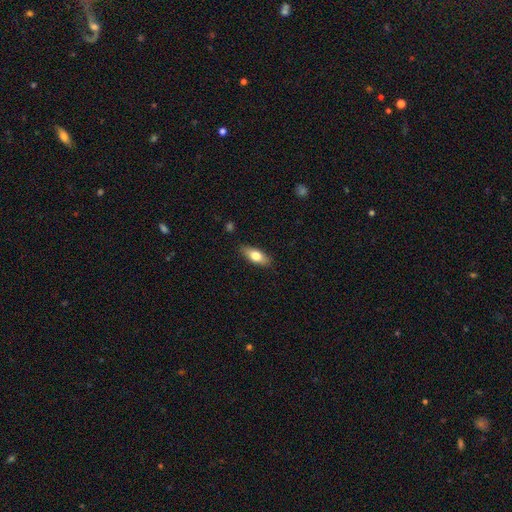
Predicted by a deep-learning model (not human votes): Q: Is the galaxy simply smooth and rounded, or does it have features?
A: smooth — 71%.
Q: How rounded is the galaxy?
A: in between — 76%.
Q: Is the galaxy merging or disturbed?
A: none — 87%.